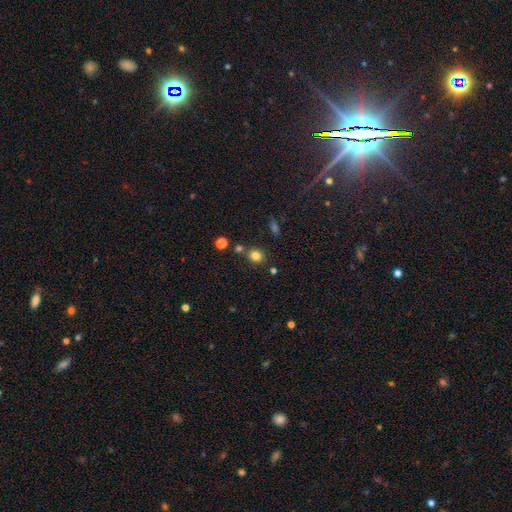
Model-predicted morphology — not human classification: type=smooth (80%); roundness=round (73%); merging=none (77%).